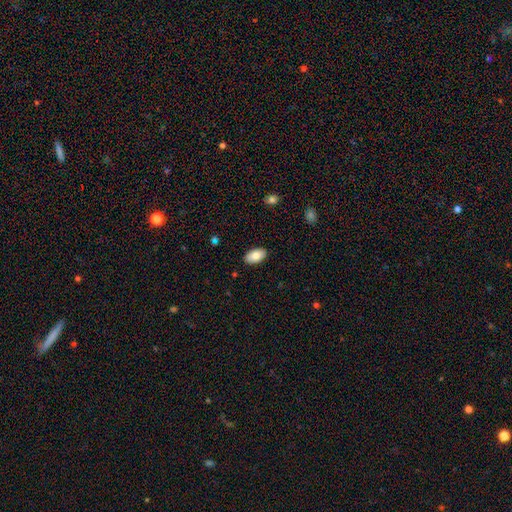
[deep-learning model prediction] Overall: smooth (83%). How rounded: in between (95%). Merging: none (89%).